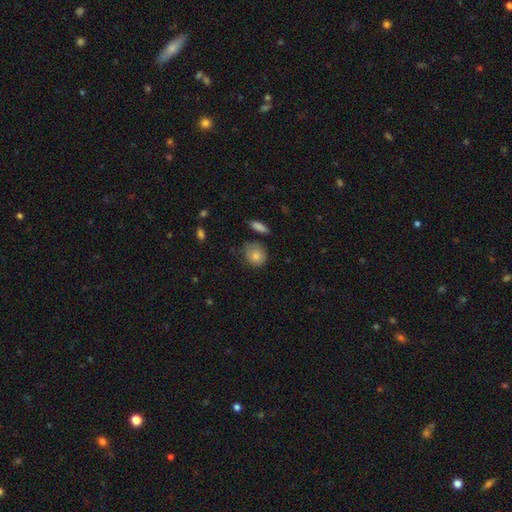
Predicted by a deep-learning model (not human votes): smooth_or_featured: smooth (p=0.79) [alt: featured or disk p=0.13]
how_rounded: round (p=0.75) [alt: in between p=0.24]
merging: none (p=0.60) [alt: minor disturbance p=0.27]